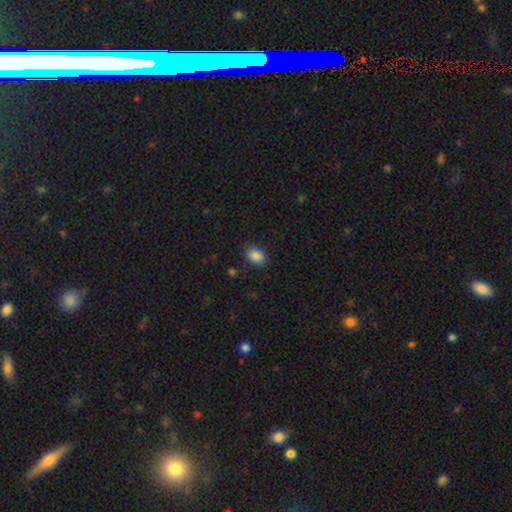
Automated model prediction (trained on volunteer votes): Morphology: type=smooth (88%); roundness=in between (70%); merging=none (85%).